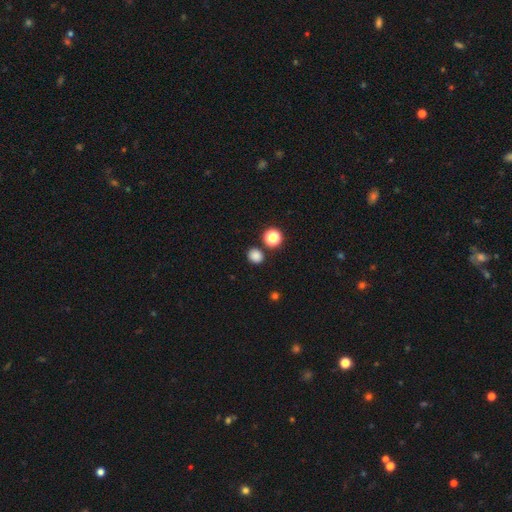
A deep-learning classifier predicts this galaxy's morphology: A smooth galaxy with no disk features (83%) that is round (76%).

Vote fractions:
- Smooth or featured? smooth: 83% / star or artifact: 14% / featured or disk: 3%
- How rounded? round: 76% / in between: 23% / cigar-shaped: 1%
- Merging? none: 83% / minor disturbance: 8% / merger: 6% / major disturbance: 3%